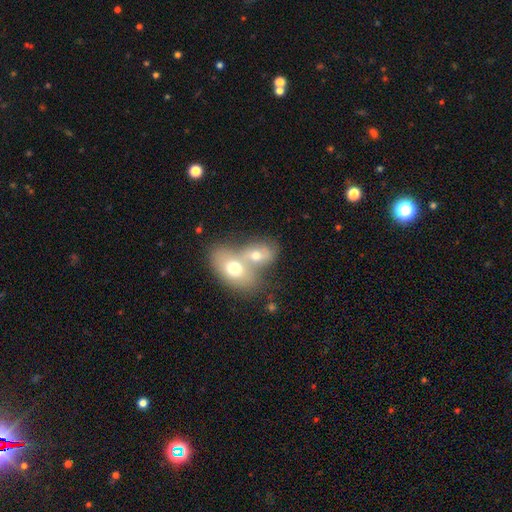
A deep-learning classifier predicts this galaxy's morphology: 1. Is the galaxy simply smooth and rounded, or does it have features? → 62% smooth, 29% featured or disk, 9% star or artifact.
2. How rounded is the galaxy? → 72% in between, 26% round, 2% cigar-shaped.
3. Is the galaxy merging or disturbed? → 73% merger, 17% none, 6% minor disturbance, 5% major disturbance.